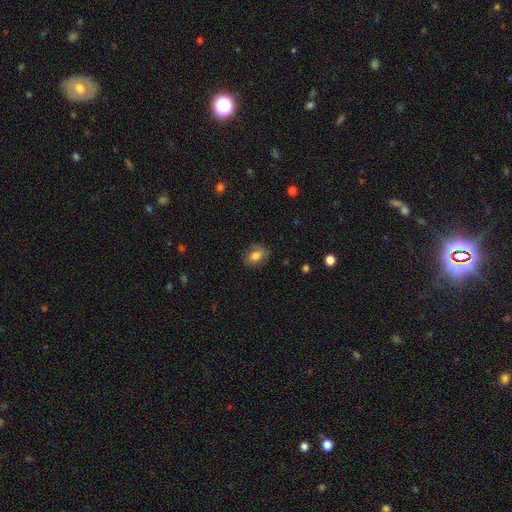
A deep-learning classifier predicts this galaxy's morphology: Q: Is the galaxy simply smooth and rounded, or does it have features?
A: smooth — 75%.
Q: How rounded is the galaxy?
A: in between — 70%.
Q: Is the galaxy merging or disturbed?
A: none — 76%.